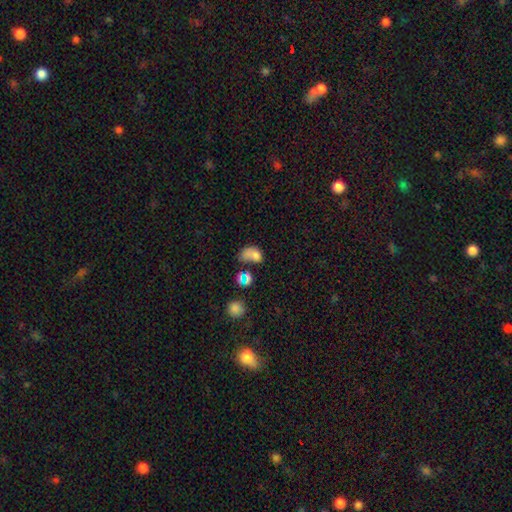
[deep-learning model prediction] smooth 68%, star or artifact 17%, featured or disk 16%. Down the decision tree: how rounded — in between (76%); merging — merger (34%).